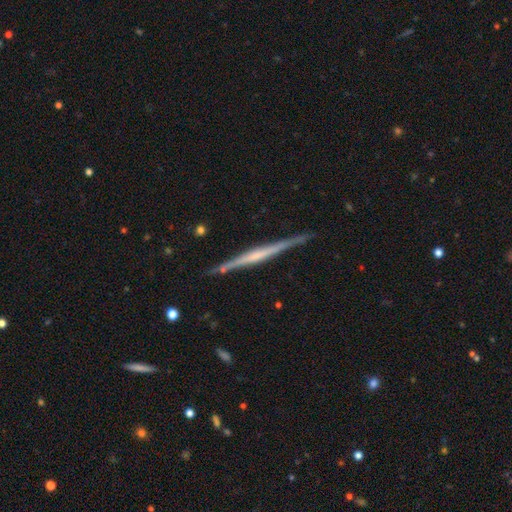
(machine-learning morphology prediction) This is likely a featured or disk galaxy (75%). It is clearly viewed edge-on (98%). Edge-on bulge: possibly none (48%). Merging: clearly none (87%).